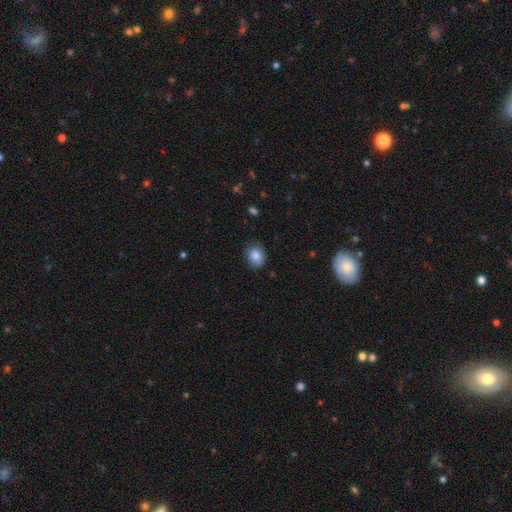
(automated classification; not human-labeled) A smooth galaxy with no disk features (85%) that is in between round and cigar-shaped (52%). Merging: none (79%).